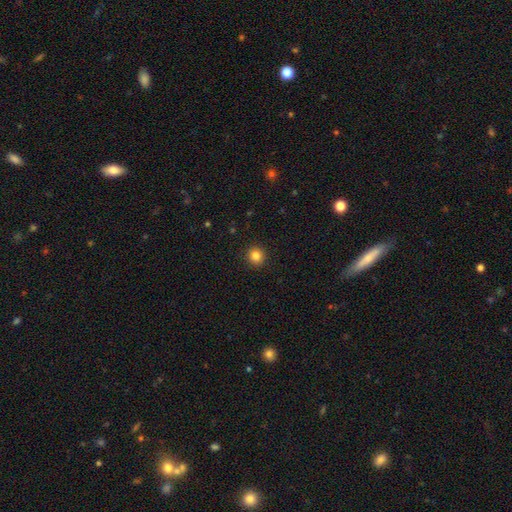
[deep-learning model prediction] Q: Smooth or featured?
A: smooth (83%); runner-up: star or artifact (12%)
Q: How rounded?
A: round (92%); runner-up: in between (7%)
Q: Merging?
A: none (92%); runner-up: minor disturbance (5%)